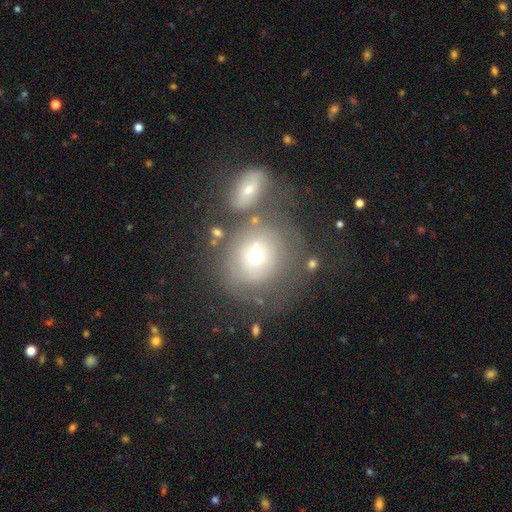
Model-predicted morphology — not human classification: smooth-or-featured: smooth: 47% | featured or disk: 40% | star or artifact: 13%
  merging: none: 52% | merger: 24% | minor disturbance: 14% | major disturbance: 10%